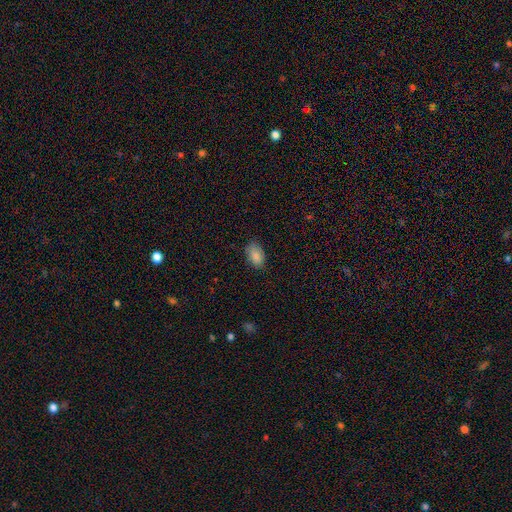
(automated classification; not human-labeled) Smooth or featured? smooth (87%)
How rounded? in between (91%)
Merging? none (79%)